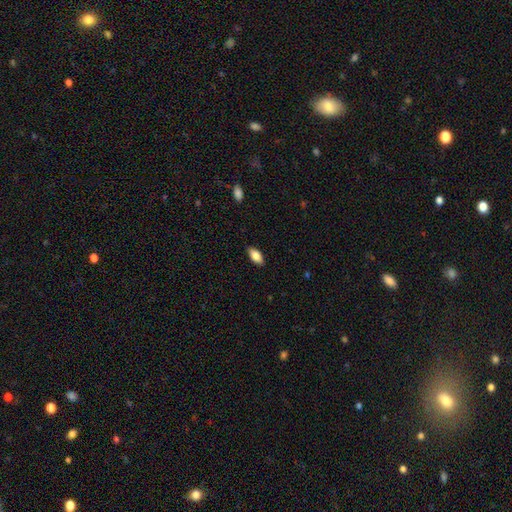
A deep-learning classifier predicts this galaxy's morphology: This is clearly a smooth galaxy (84%). How rounded: clearly in between (90%). Merging: clearly none (88%).